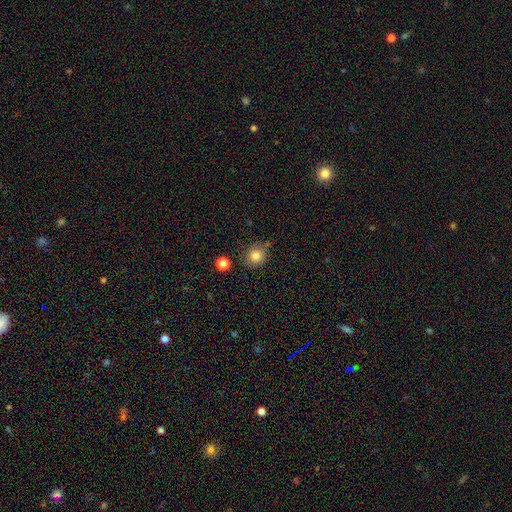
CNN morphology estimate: This is clearly a smooth galaxy (82%). How rounded: clearly round (86%). Merging: likely none (70%).